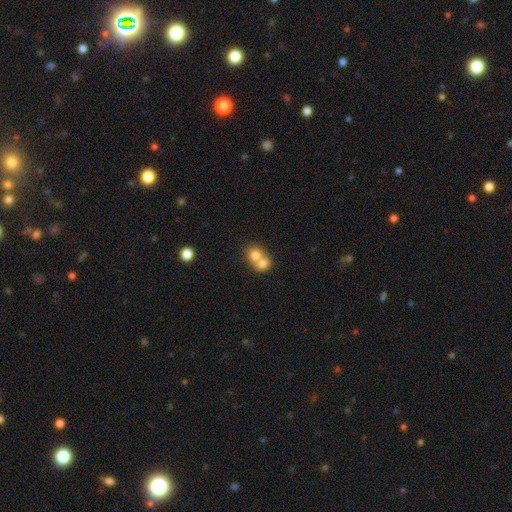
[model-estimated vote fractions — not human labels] smooth 73%, featured or disk 17%, star or artifact 9%. Down the decision tree: how rounded — round (72%); merging — merger (69%).